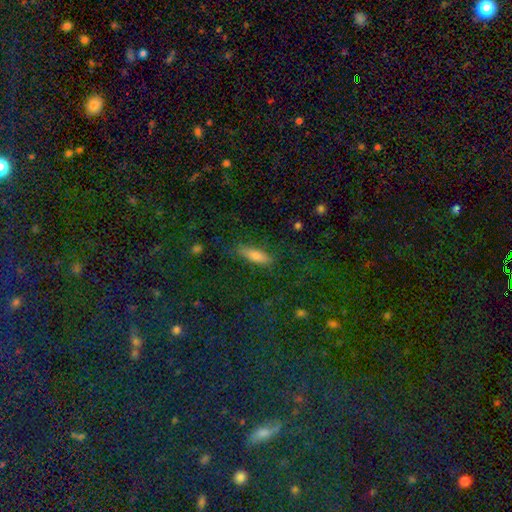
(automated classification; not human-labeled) The model was most divided on "how rounded": cigar-shaped: 59%, in between: 38%, round: 2%. More confident: merging — none (79%); smooth or featured — smooth (73%).